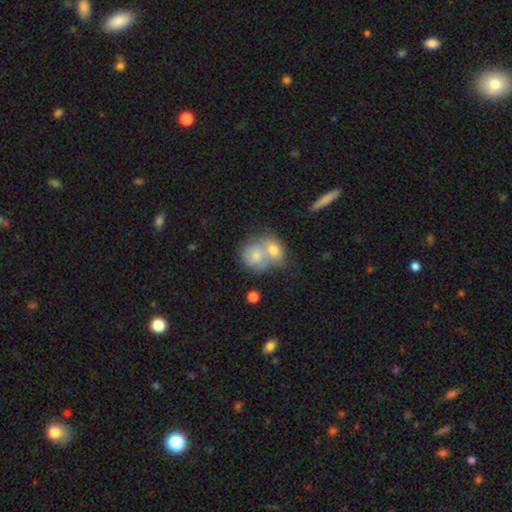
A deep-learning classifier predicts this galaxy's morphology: Smooth or featured?
  - smooth: 69% *
  - featured or disk: 24%
  - star or artifact: 8%
How rounded?
  - round: 67% *
  - in between: 32%
  - cigar-shaped: 1%
Merging?
  - merger: 69% *
  - none: 19%
  - minor disturbance: 7%
  - major disturbance: 4%